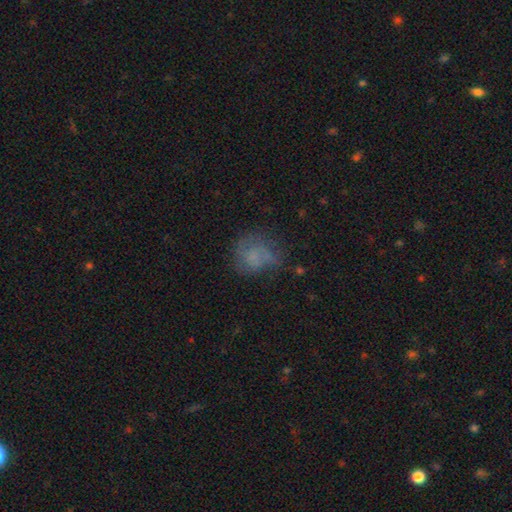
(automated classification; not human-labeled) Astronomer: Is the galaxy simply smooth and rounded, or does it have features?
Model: smooth — 53% (runner-up: featured or disk, 32%).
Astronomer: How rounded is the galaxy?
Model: round — 68%.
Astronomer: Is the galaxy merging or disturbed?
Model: none — 48% (runner-up: minor disturbance, 26%).